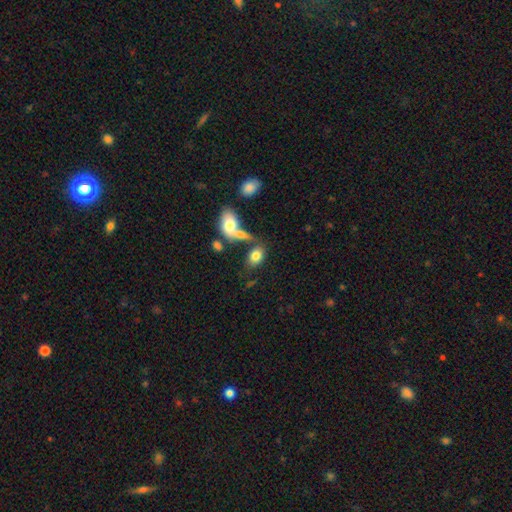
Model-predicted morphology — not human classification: This appears to be a smooth galaxy with no disk features (80%) that is in between round and cigar-shaped (86%). Merging: none (46%).